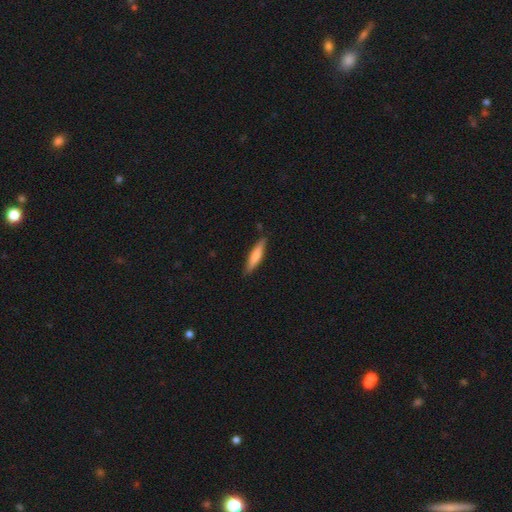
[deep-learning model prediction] Smooth or featured?
  - smooth: 69% *
  - featured or disk: 25%
  - star or artifact: 5%
How rounded?
  - cigar-shaped: 84% *
  - in between: 15%
  - round: 1%
Merging?
  - none: 85% *
  - minor disturbance: 12%
  - major disturbance: 2%
  - merger: 1%